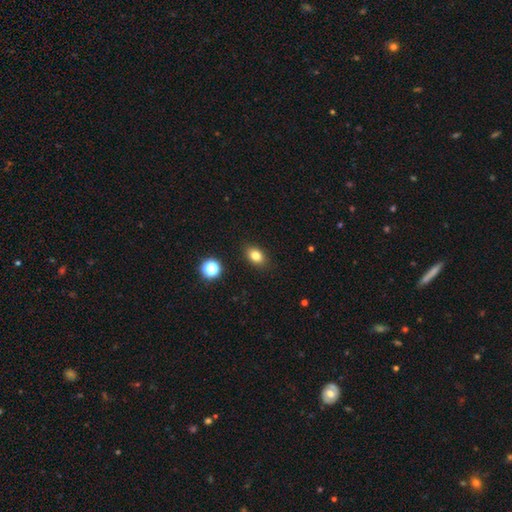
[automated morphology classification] Q: Smooth or featured?
A: smooth (81%); runner-up: star or artifact (12%)
Q: How rounded?
A: in between (77%); runner-up: round (21%)
Q: Merging?
A: none (88%); runner-up: minor disturbance (9%)